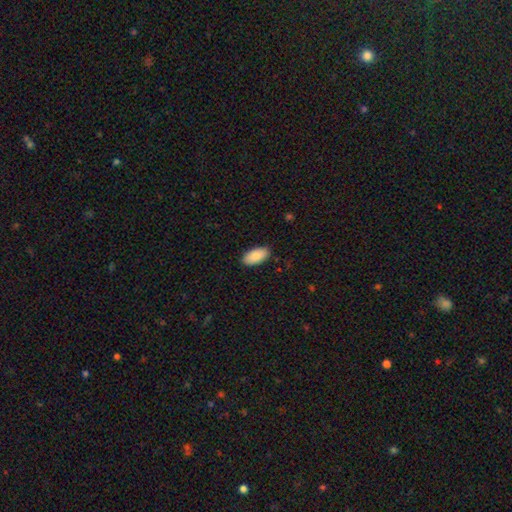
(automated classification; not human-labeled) Smooth or featured?
  - smooth: 89% *
  - star or artifact: 6%
  - featured or disk: 5%
How rounded?
  - in between: 94% *
  - cigar-shaped: 4%
  - round: 2%
Merging?
  - none: 88% *
  - minor disturbance: 9%
  - major disturbance: 2%
  - merger: 1%